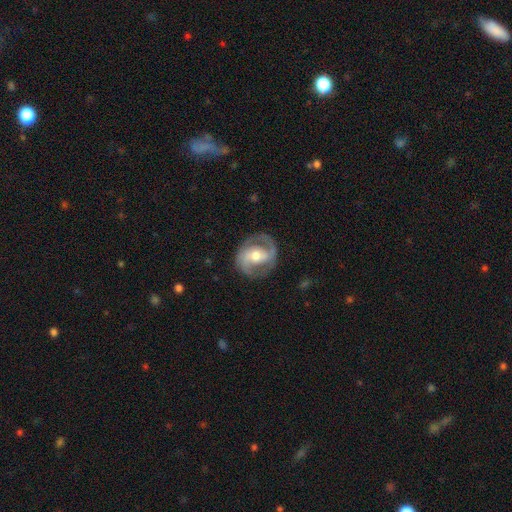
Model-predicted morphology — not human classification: This appears to be a featured or disk galaxy (80%) with a weak bar (40%), 2 (88%) medium (50%) spiral arms (89%) and a moderate central bulge (68%). Merging: none (79%).